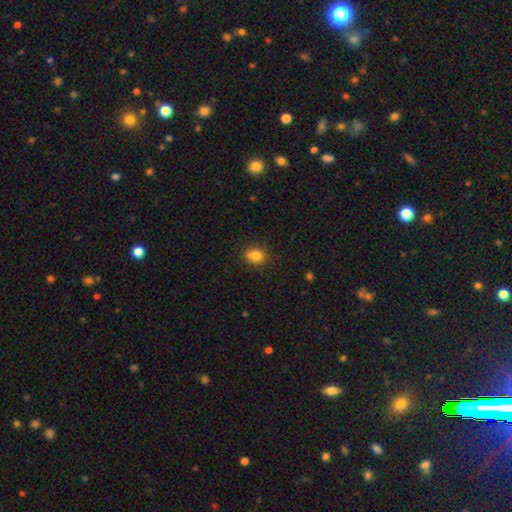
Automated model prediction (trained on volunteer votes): This is clearly a smooth galaxy (81%). How rounded: likely round (65%). Merging: likely none (68%).